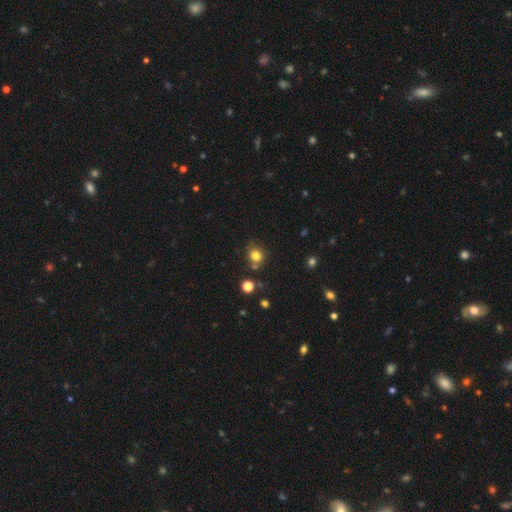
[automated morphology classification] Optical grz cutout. It shows a smooth galaxy with no disk features (79%) that is round (82%). Merging: none (72%).